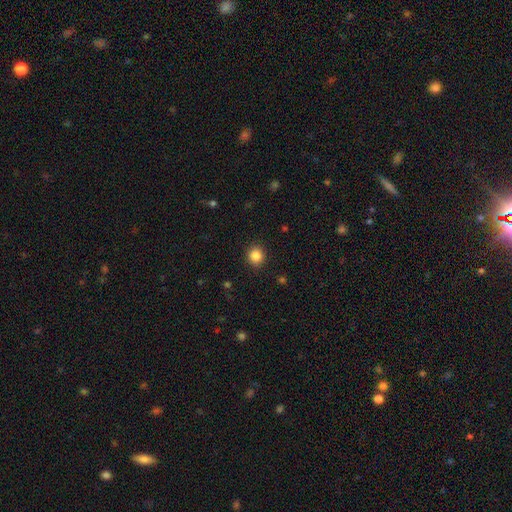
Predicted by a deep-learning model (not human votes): Morphology: type=smooth (85%); roundness=round (89%); merging=none (91%).